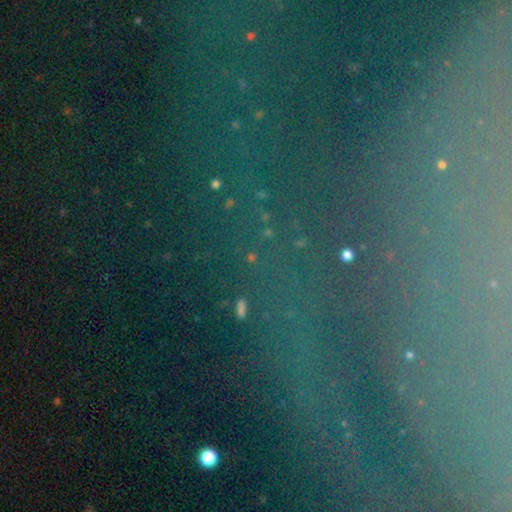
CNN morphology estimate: smooth_or_featured: star or artifact (p=0.66) [alt: featured or disk p=0.20]